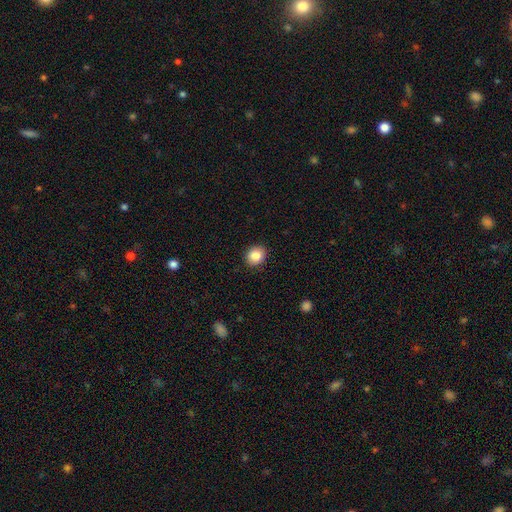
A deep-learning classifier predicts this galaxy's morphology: A smooth galaxy with no disk features (86%) that is round (75%).

Vote fractions:
- Smooth or featured? smooth: 86% / star or artifact: 9% / featured or disk: 5%
- How rounded? round: 75% / in between: 24% / cigar-shaped: 1%
- Merging? none: 91% / minor disturbance: 7% / major disturbance: 2% / merger: 1%